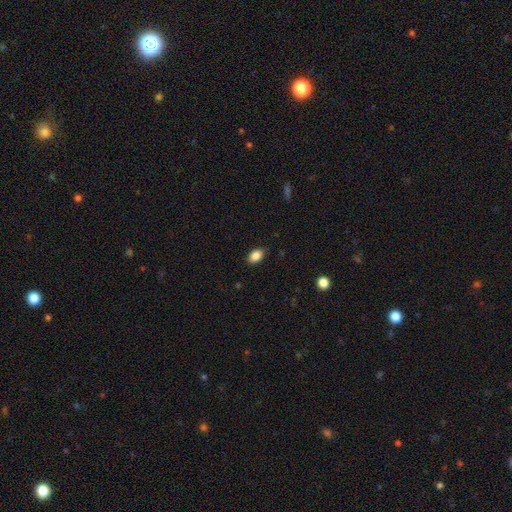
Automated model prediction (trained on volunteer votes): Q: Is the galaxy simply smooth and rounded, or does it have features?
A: smooth — 87%.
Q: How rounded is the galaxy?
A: in between — 89%.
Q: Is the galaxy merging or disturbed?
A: none — 85%.